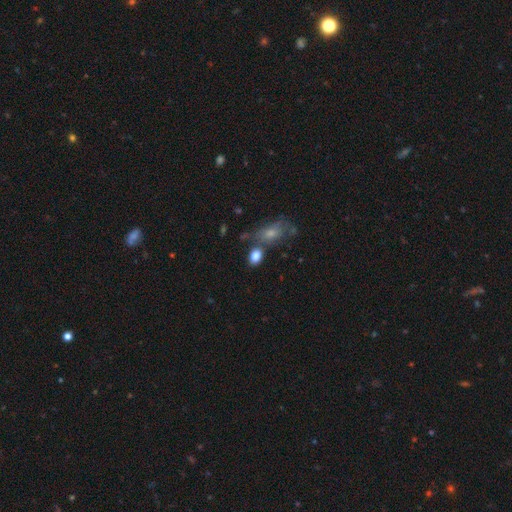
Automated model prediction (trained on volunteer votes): A smooth galaxy with no disk features (84%) that is in between round and cigar-shaped (77%). Merging: none (58%).